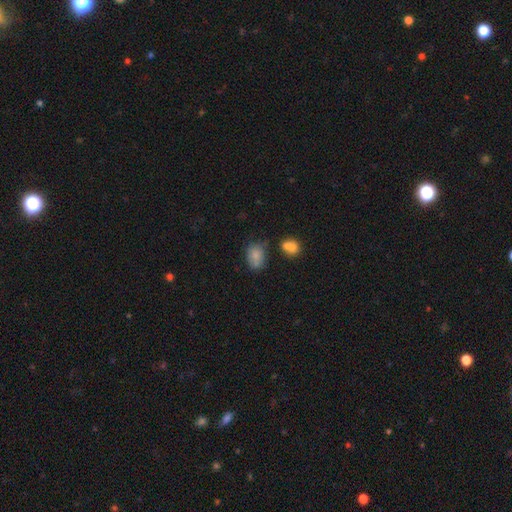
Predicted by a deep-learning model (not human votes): This appears to be a smooth galaxy with no disk features (81%) that is in between round and cigar-shaped (73%). Merging: none (53%).